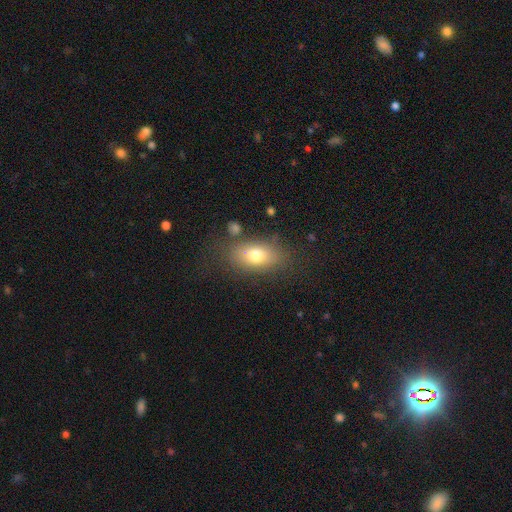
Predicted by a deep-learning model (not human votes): A smooth galaxy with no disk features (75%) that is in between round and cigar-shaped (84%).

Vote fractions:
- Smooth or featured? smooth: 75% / featured or disk: 15% / star or artifact: 10%
- How rounded? in between: 84% / round: 12% / cigar-shaped: 3%
- Merging? none: 74% / minor disturbance: 15% / major disturbance: 6% / merger: 4%